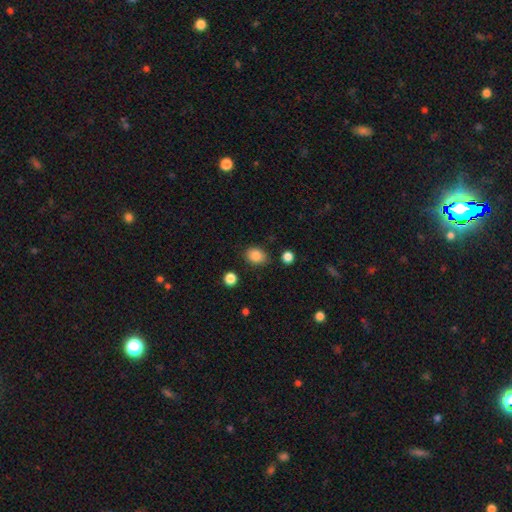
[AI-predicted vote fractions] Smooth or featured?
  - smooth: 86% *
  - star or artifact: 9%
  - featured or disk: 5%
How rounded?
  - in between: 58% *
  - round: 41%
  - cigar-shaped: 1%
Merging?
  - none: 81% *
  - minor disturbance: 13%
  - major disturbance: 3%
  - merger: 3%